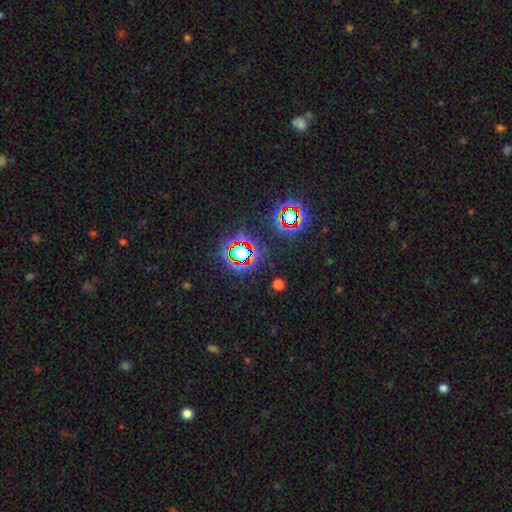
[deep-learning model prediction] The model was most divided on "smooth or featured": star or artifact: 67%, smooth: 23%, featured or disk: 10%.